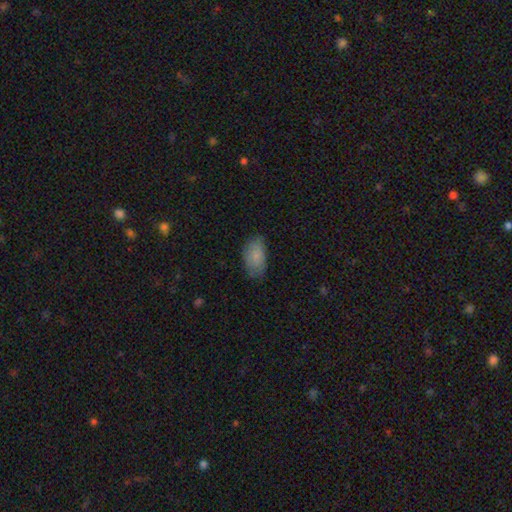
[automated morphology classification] Smooth or featured? Predicted: smooth (p=0.82). How rounded? Predicted: in between (p=0.93). Merging? Predicted: none (p=0.68).